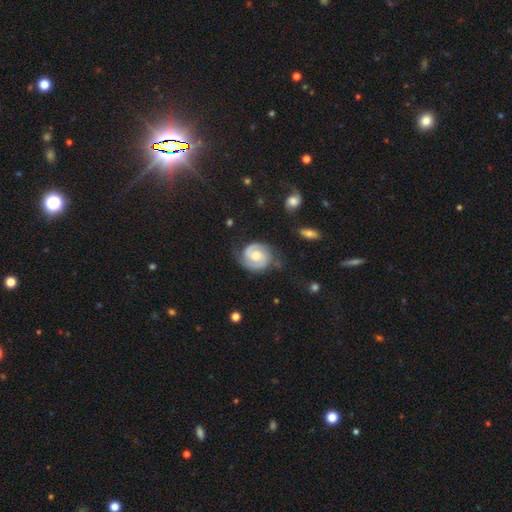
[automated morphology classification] A featured or disk galaxy (84%) with no bar (58%), 2 (90%) tight (55%) spiral arms (97%) and a moderate central bulge (64%).

Vote fractions:
- Smooth or featured? featured or disk: 84% / smooth: 11% / star or artifact: 5%
- Edge-on disk? no: 98% / yes: 2%
- Bar? no: 58% / weak: 35% / strong: 7%
- Spiral arms? yes: 97% / no: 3%
- Spiral winding? tight: 55% / medium: 37% / loose: 8%
- Spiral arm count? 2: 90% / can't tell: 4% / 1: 2% / 3: 2% / 4: 1% / more than 4: 1%
- Bulge size? moderate: 64% / small: 25% / large: 7% / none: 3% / dominant: 1%
- Merging? none: 75% / minor disturbance: 17% / major disturbance: 6% / merger: 2%